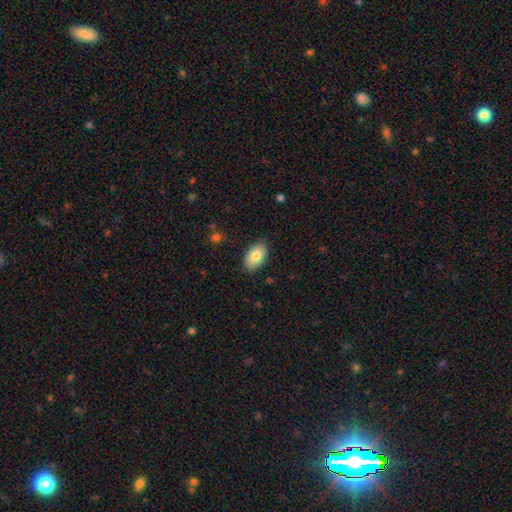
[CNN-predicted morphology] smooth_or_featured: smooth (p=0.80) [alt: featured or disk p=0.13]
how_rounded: in between (p=0.93) [alt: round p=0.06]
merging: none (p=0.87) [alt: minor disturbance p=0.10]